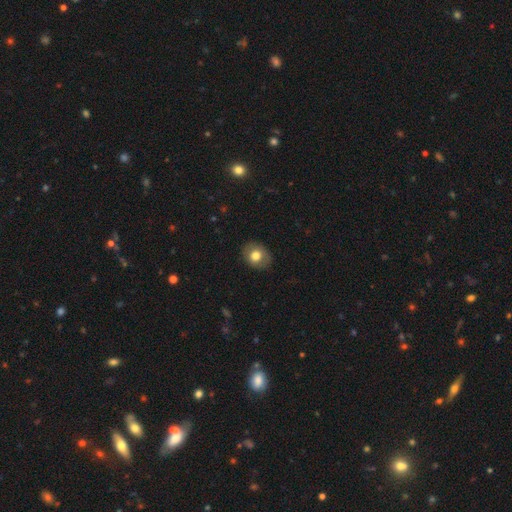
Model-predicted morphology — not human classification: smooth 75%, featured or disk 17%, star or artifact 8%. Down the decision tree: how rounded — round (58%); merging — none (85%).